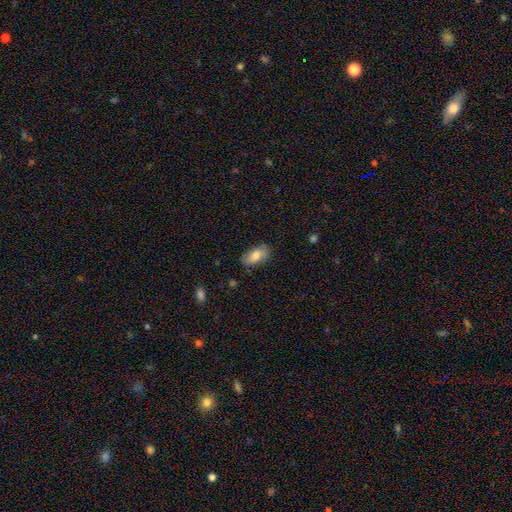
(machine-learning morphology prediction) A smooth galaxy with no disk features (77%) that is in between round and cigar-shaped (92%). Merging: none (78%).